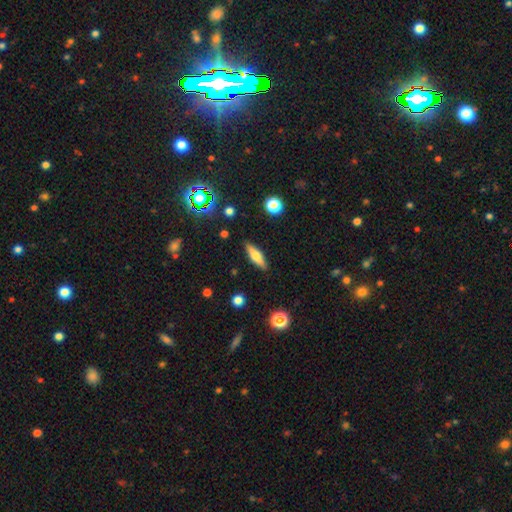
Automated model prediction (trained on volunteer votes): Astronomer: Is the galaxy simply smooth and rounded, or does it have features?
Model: smooth — 49% (runner-up: featured or disk, 43%).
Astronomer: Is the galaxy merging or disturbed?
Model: none — 87%.